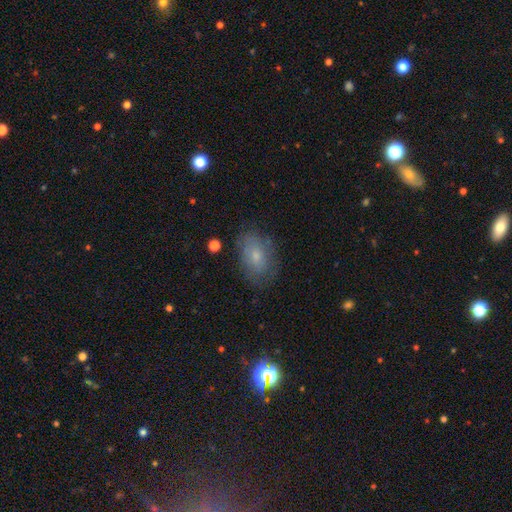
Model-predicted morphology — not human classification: This appears to be a smooth galaxy with no disk features (66%) that is in between round and cigar-shaped (82%). Merging: none (72%).